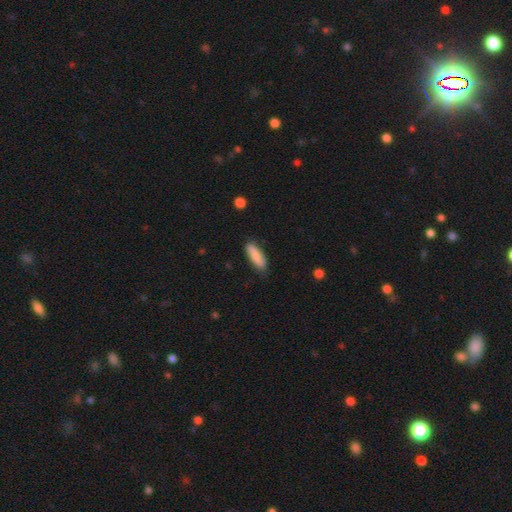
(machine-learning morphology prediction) This appears to be a smooth galaxy with no disk features (80%) that is in between round and cigar-shaped (53%). Merging: none (81%).